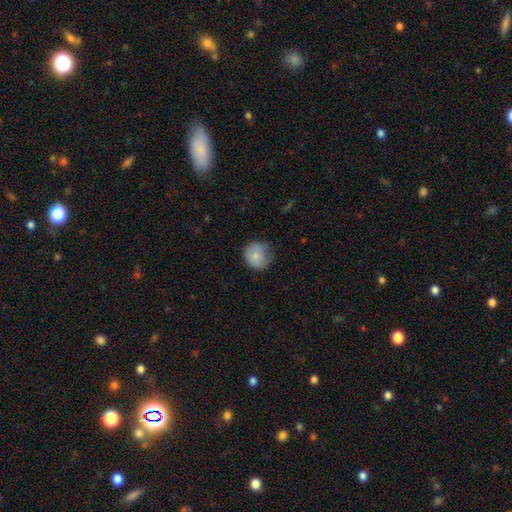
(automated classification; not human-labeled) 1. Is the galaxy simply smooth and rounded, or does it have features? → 81% smooth, 12% featured or disk, 8% star or artifact.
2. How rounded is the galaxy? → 87% round, 13% in between, 1% cigar-shaped.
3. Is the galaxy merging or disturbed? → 63% none, 28% minor disturbance, 8% major disturbance, 1% merger.